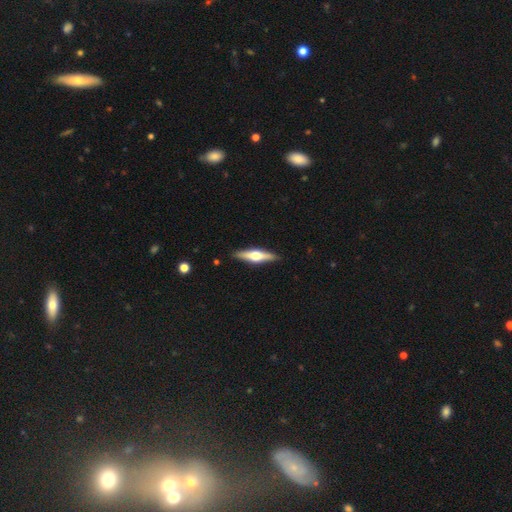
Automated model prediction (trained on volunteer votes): Smooth or featured?
  - featured or disk: 66% *
  - smooth: 29%
  - star or artifact: 5%
Edge-on disk?
  - yes: 96% *
  - no: 4%
Edge-on bulge?
  - rounded: 94% *
  - boxy: 4%
  - none: 2%
Merging?
  - none: 90% *
  - minor disturbance: 7%
  - major disturbance: 2%
  - merger: 1%